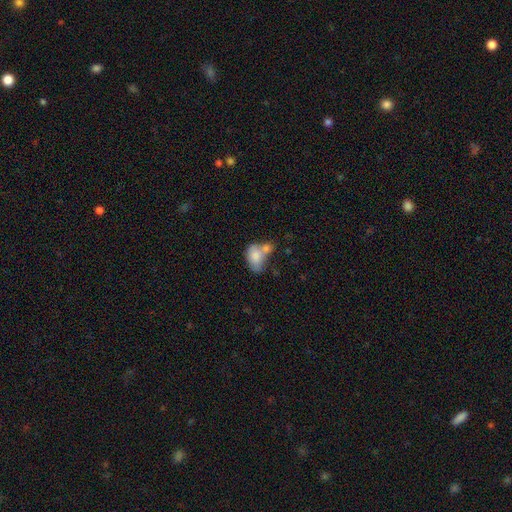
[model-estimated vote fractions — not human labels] Overall: smooth (79%). How rounded: in between (83%). Merging: merger (53%; none 24%).